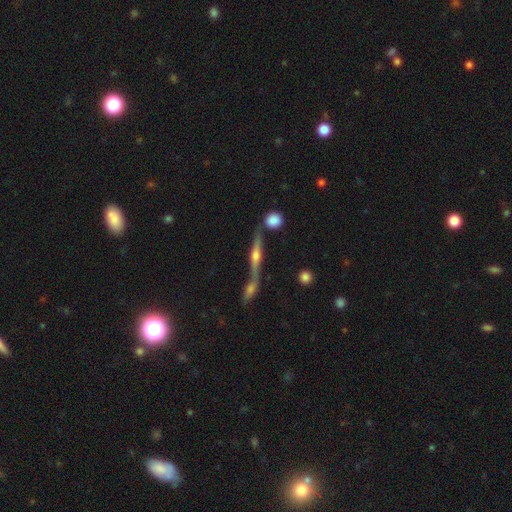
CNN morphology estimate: Smooth or featured? Predicted: featured or disk (p=0.76). Edge-on disk? Predicted: yes (p=0.95). Edge-on bulge? Predicted: rounded (p=0.90). Merging? Predicted: none (p=0.62).